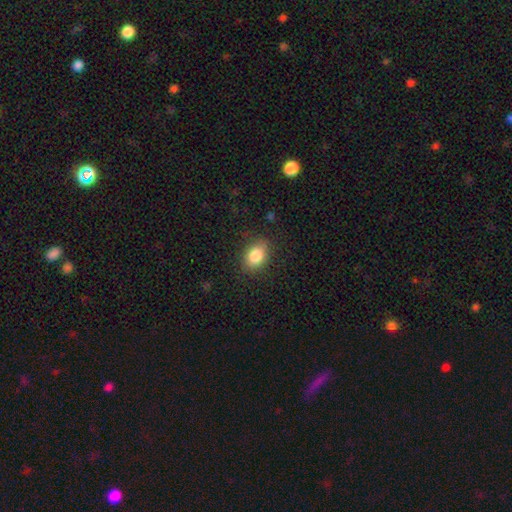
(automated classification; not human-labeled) smooth 84%, star or artifact 8%, featured or disk 7%. Down the decision tree: how rounded — in between (73%); merging — none (83%).